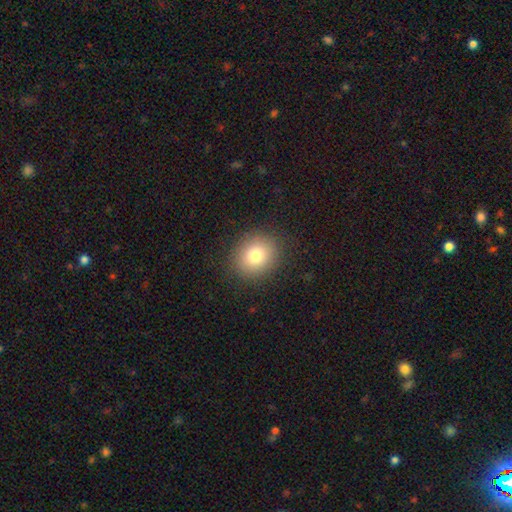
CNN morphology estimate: type=smooth (79%); roundness=round (65%); merging=none (88%).